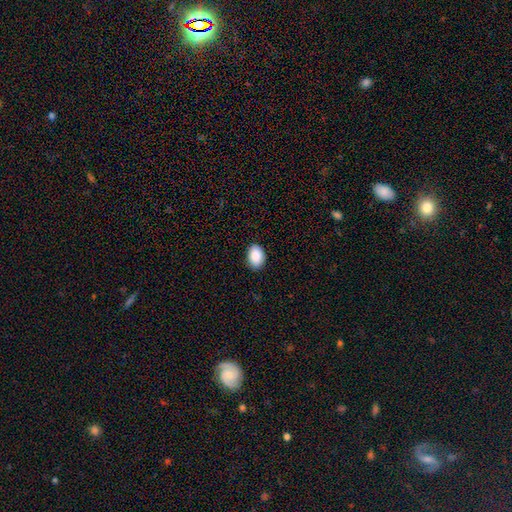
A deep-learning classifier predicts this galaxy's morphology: Overall: smooth (90%). How rounded: in between (85%). Merging: none (88%).